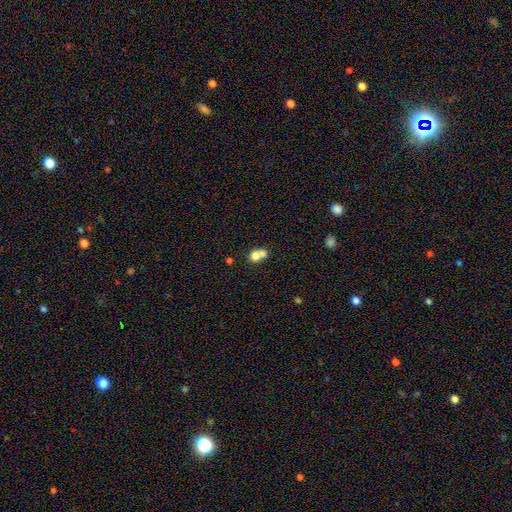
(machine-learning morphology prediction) This is likely a smooth galaxy (74%). How rounded: likely round (71%). Merging: likely merger (66%).